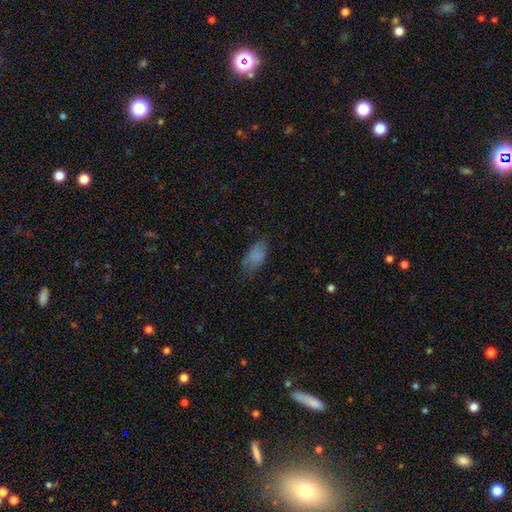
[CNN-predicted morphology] Overall: smooth (73%). How rounded: in between (91%). Merging: none (59%; minor disturbance 26%).